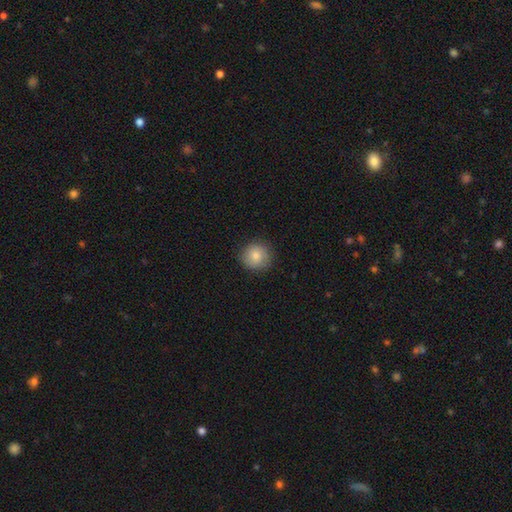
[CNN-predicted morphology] Smooth or featured?
  - smooth: 81% *
  - featured or disk: 11%
  - star or artifact: 8%
How rounded?
  - round: 92% *
  - in between: 7%
  - cigar-shaped: 1%
Merging?
  - none: 85% *
  - minor disturbance: 11%
  - major disturbance: 3%
  - merger: 1%